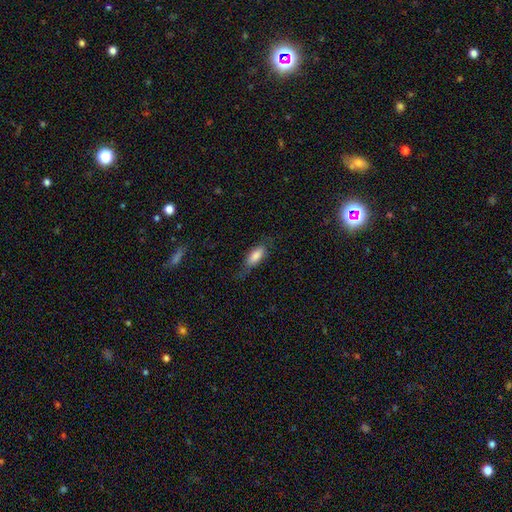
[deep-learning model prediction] smooth 77%, featured or disk 16%, star or artifact 7%. Down the decision tree: how rounded — in between (71%); merging — none (61%).